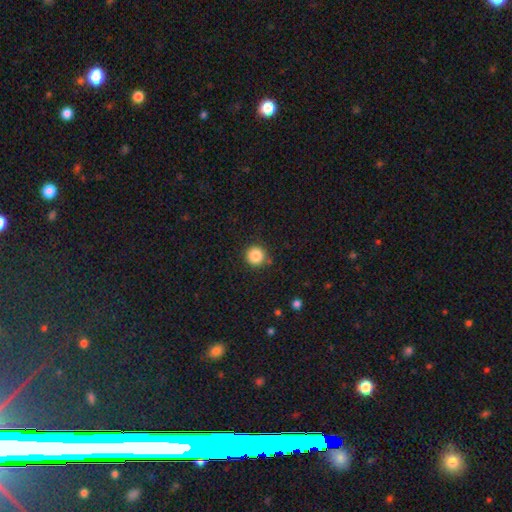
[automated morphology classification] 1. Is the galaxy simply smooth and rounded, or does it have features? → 86% smooth, 10% star or artifact, 4% featured or disk.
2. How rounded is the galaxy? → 95% round, 4% in between, 1% cigar-shaped.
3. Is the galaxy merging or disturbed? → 88% none, 7% minor disturbance, 2% merger, 2% major disturbance.